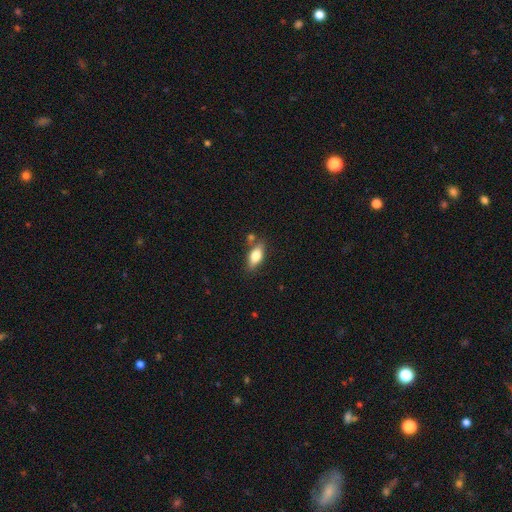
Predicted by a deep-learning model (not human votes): smooth_or_featured: smooth (p=0.74) [alt: featured or disk p=0.19]
how_rounded: in between (p=0.83) [alt: cigar-shaped p=0.13]
merging: none (p=0.72) [alt: minor disturbance p=0.15]